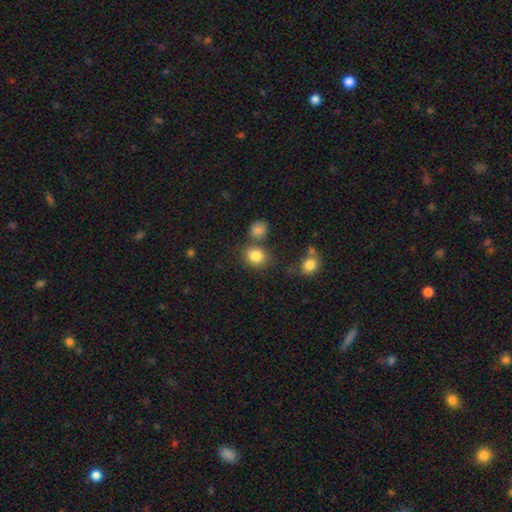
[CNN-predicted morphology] Smooth or featured: smooth — 83% (star or artifact — 11%)
How rounded: round — 72% (in between — 27%)
Merging: none — 68% (merger — 16%)